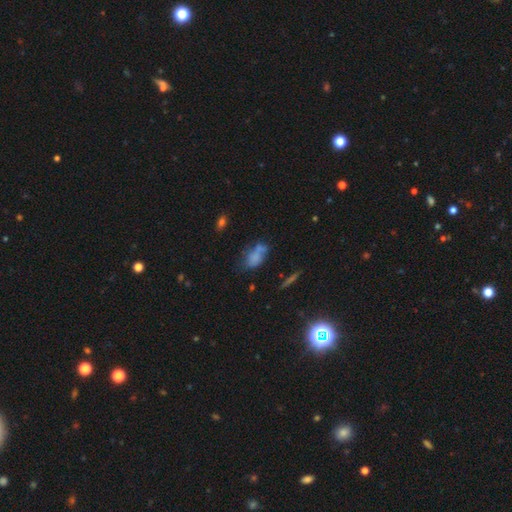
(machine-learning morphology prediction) The model was most divided on "merging": none: 38%, minor disturbance: 25%, merger: 23%, major disturbance: 14%. More confident: how rounded — in between (84%); smooth or featured — smooth (66%).